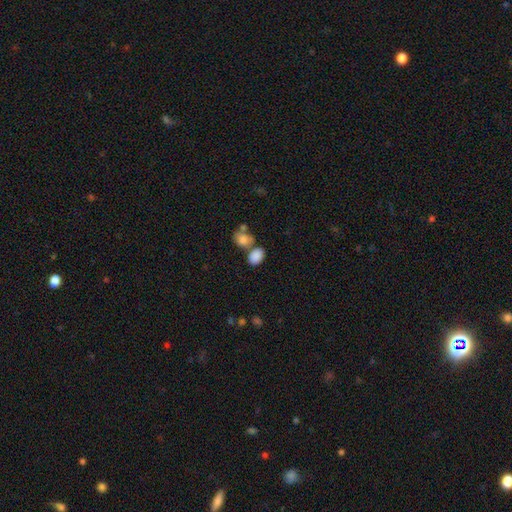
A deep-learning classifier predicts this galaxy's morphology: The model was most divided on "merging": none: 51%, merger: 31%, minor disturbance: 13%, major disturbance: 5%. More confident: smooth or featured — smooth (85%); how rounded — in between (79%).